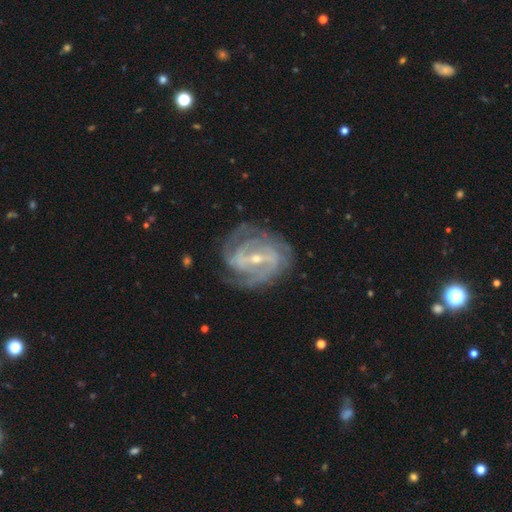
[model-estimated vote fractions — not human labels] featured or disk 87%, star or artifact 7%, smooth 6%. Down the decision tree: edge-on disk — no (96%); bar — strong (50%); spiral arms — yes (96%); spiral arm count — 2 (38%); spiral winding — tight (51%); bulge size — small (66%); merging — none (73%).